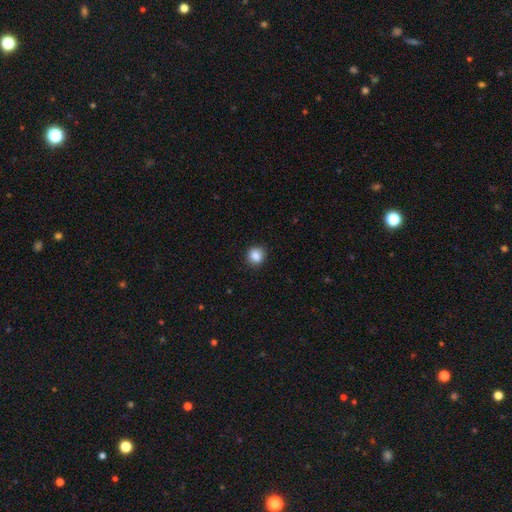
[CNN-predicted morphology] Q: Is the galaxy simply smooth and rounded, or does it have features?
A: smooth — 87%.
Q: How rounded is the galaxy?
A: round — 89%.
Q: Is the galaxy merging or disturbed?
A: none — 90%.